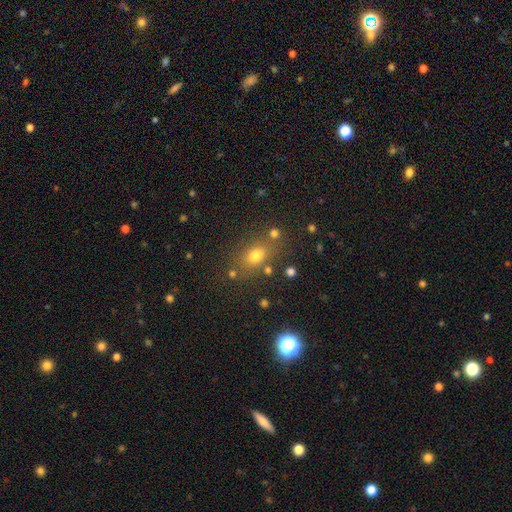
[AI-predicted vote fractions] This appears to be a smooth galaxy with no disk features (70%) that is in between round and cigar-shaped (61%). Merging: none (73%).